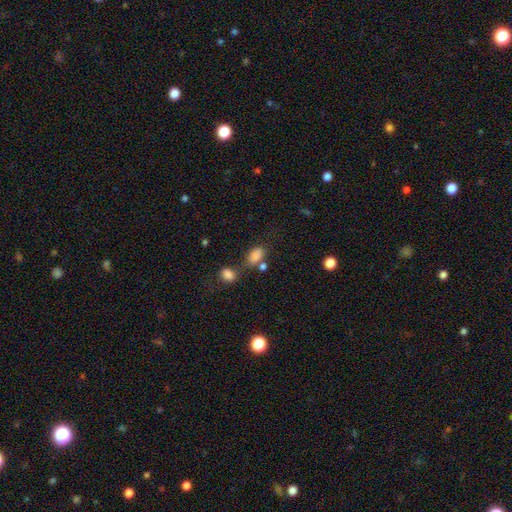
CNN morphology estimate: Q: Smooth or featured?
A: smooth (83%); runner-up: star or artifact (11%)
Q: How rounded?
A: in between (88%); runner-up: round (9%)
Q: Merging?
A: none (47%); runner-up: merger (25%)